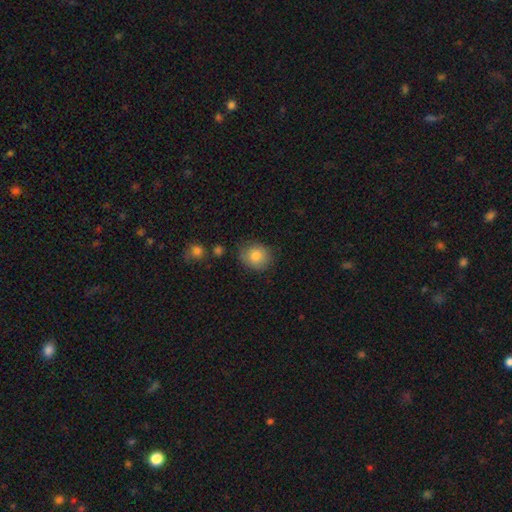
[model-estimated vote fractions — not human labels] smooth_or_featured: smooth (p=0.80) [alt: featured or disk p=0.11]
how_rounded: round (p=0.76) [alt: in between p=0.23]
merging: none (p=0.79) [alt: minor disturbance p=0.15]